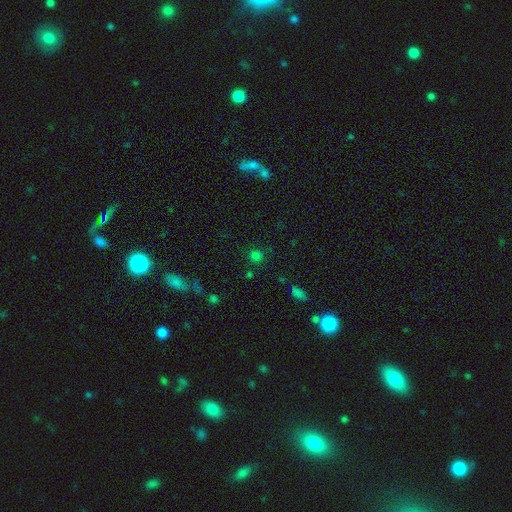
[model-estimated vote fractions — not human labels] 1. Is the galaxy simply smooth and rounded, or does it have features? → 71% smooth, 25% star or artifact, 5% featured or disk.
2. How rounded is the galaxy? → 88% round, 11% in between, 1% cigar-shaped.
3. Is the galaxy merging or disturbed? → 81% none, 11% minor disturbance, 4% major disturbance, 4% merger.